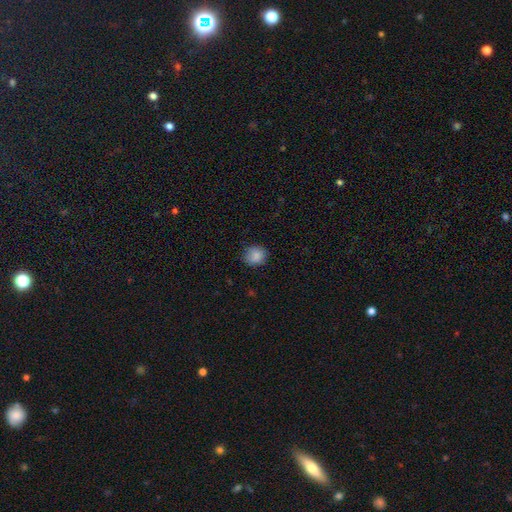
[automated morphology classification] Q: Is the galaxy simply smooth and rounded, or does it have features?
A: smooth — 87%.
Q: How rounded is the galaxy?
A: round — 80%.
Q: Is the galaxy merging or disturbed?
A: none — 84%.